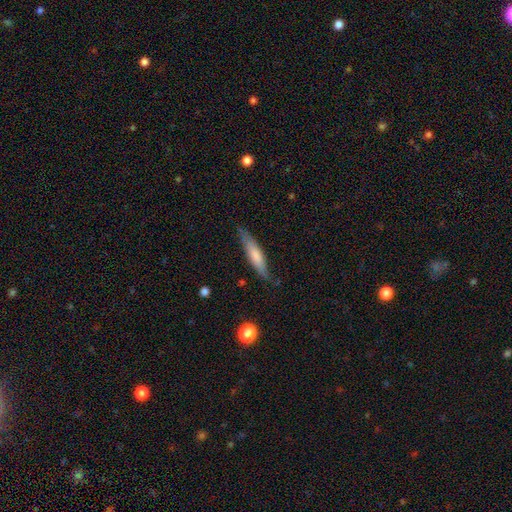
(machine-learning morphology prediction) Smooth or featured? Predicted: smooth (p=0.64). How rounded? Predicted: cigar-shaped (p=0.82). Merging? Predicted: none (p=0.74).